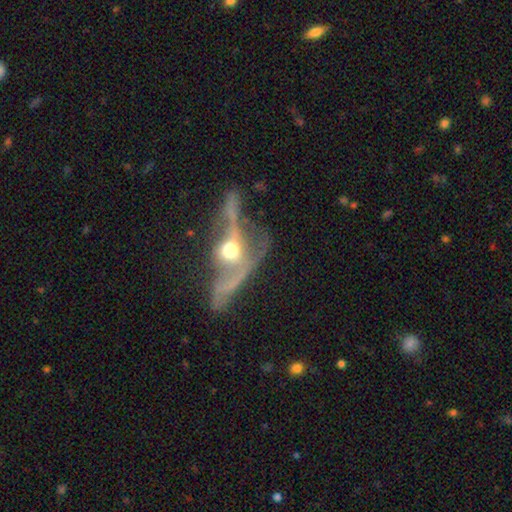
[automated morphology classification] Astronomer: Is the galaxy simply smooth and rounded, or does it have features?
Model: featured or disk — 74%.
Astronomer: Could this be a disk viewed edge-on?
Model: no — 57% (runner-up: yes, 43%).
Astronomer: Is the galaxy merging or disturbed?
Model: major disturbance — 39% (runner-up: none, 32%).